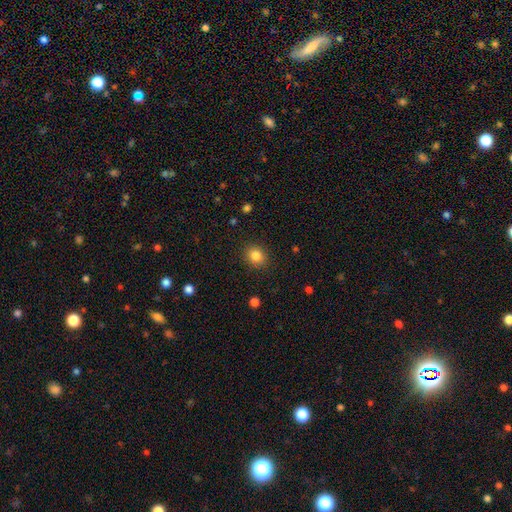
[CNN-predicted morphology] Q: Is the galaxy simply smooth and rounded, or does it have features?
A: smooth — 84%.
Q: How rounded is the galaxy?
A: round — 71%.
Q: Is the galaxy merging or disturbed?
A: none — 89%.